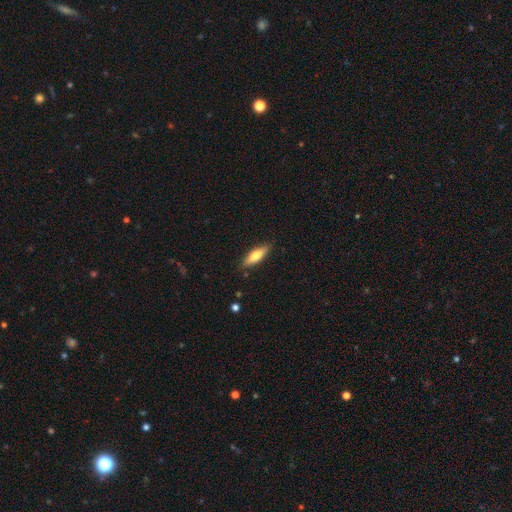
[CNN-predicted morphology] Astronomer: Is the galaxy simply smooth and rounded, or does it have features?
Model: smooth — 69%.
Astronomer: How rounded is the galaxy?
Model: cigar-shaped — 54% (runner-up: in between, 44%).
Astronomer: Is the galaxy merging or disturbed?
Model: none — 86%.